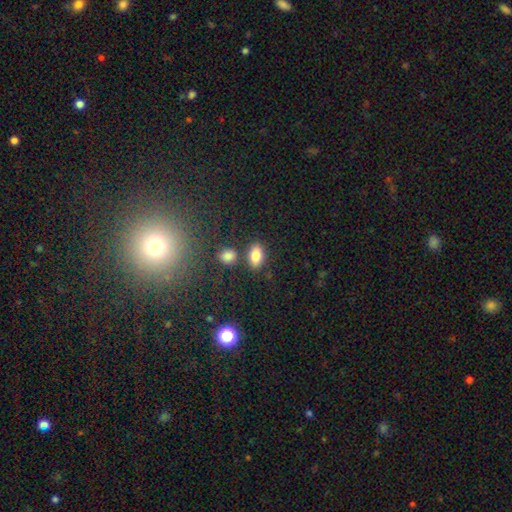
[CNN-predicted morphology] smooth 82%, star or artifact 10%, featured or disk 8%. Down the decision tree: how rounded — in between (86%); merging — none (77%).